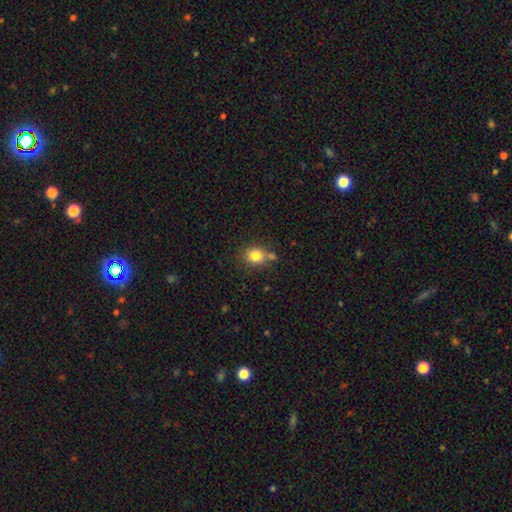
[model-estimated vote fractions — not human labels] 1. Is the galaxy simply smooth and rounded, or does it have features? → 81% smooth, 11% star or artifact, 8% featured or disk.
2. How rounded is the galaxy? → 66% round, 33% in between, 1% cigar-shaped.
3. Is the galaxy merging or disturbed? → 64% none, 16% merger, 15% minor disturbance, 5% major disturbance.